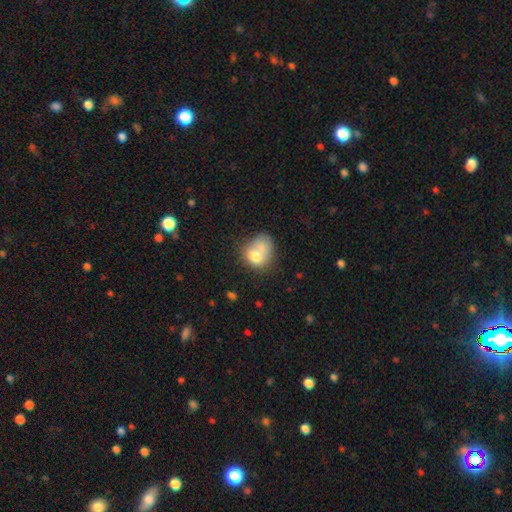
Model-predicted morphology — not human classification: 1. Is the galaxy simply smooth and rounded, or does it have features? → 70% smooth, 21% featured or disk, 9% star or artifact.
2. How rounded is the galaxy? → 54% in between, 45% round, 1% cigar-shaped.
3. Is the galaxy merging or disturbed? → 51% merger, 23% none, 14% minor disturbance, 12% major disturbance.